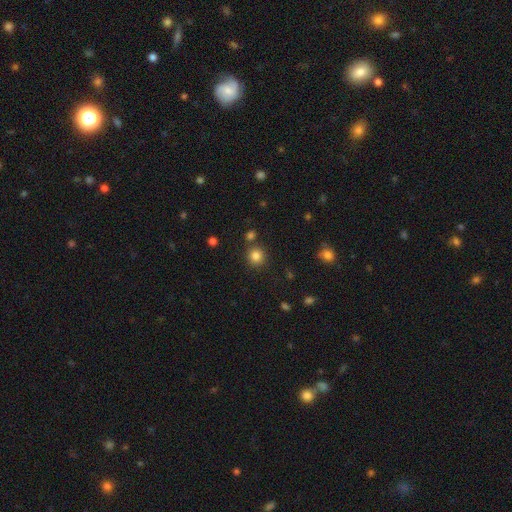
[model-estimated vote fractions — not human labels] Morphology: type=smooth (83%); roundness=round (91%); merging=none (81%).